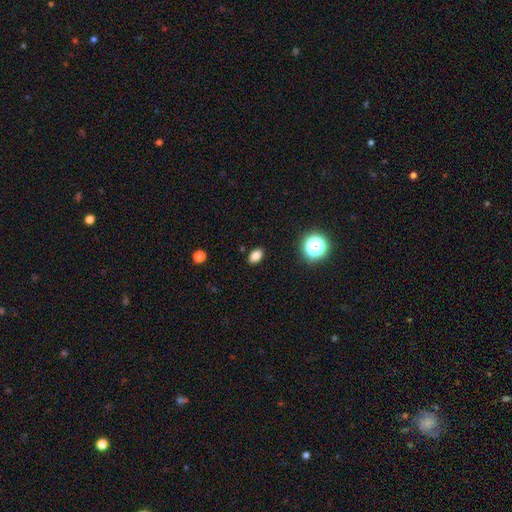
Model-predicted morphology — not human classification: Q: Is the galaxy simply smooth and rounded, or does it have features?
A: smooth — 82%.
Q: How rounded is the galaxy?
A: in between — 84%.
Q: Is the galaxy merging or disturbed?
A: none — 89%.